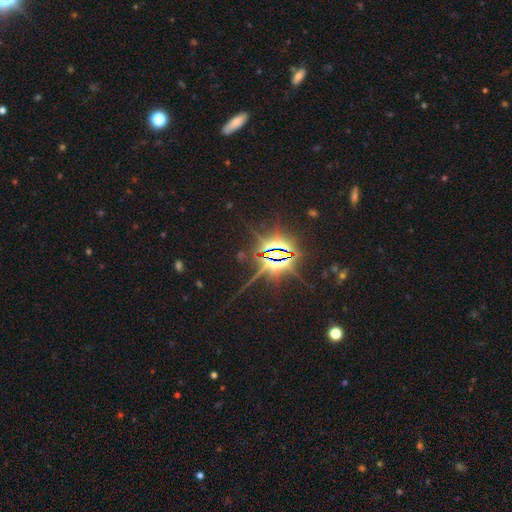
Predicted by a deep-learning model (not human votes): Smooth or featured?
  - star or artifact: 85% *
  - featured or disk: 7%
  - smooth: 7%